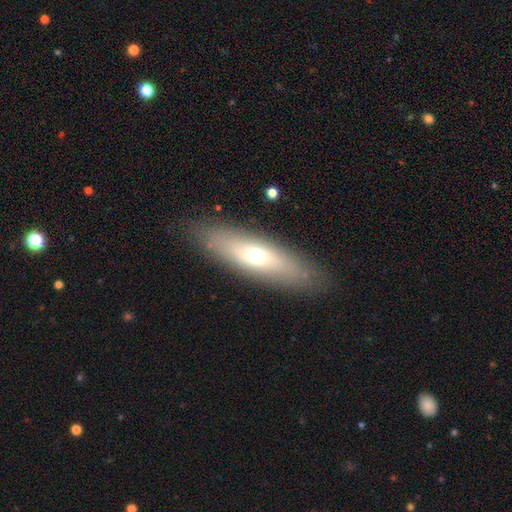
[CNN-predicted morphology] type=smooth (56%); roundness=cigar-shaped (51%); merging=none (86%).